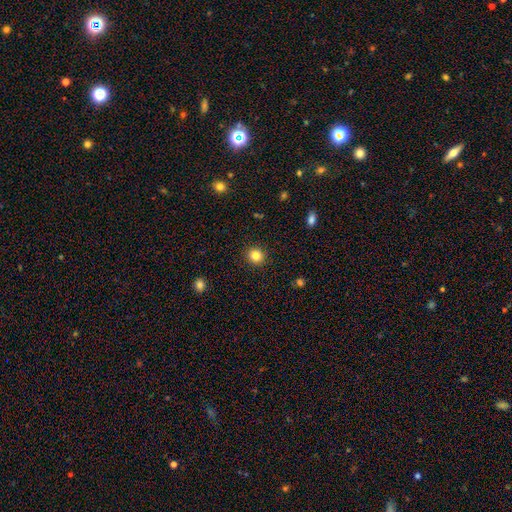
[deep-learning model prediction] smooth-or-featured: smooth: 84% | star or artifact: 11% | featured or disk: 5%
  how-rounded: round: 90% | in between: 9% | cigar-shaped: 1%
  merging: none: 92% | minor disturbance: 5% | major disturbance: 2% | merger: 1%